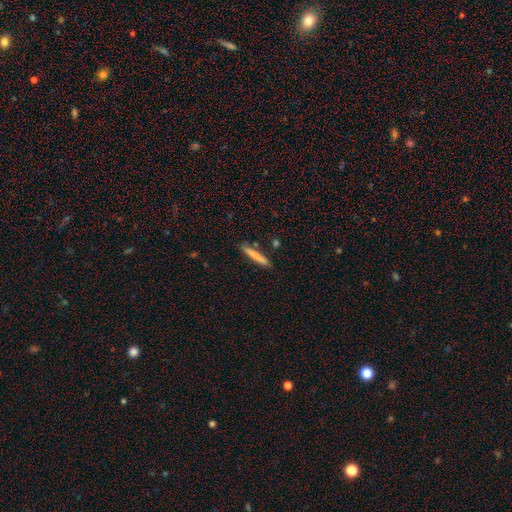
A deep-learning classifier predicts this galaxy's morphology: Smooth or featured? smooth (79%)
How rounded? cigar-shaped (94%)
Merging? none (86%)